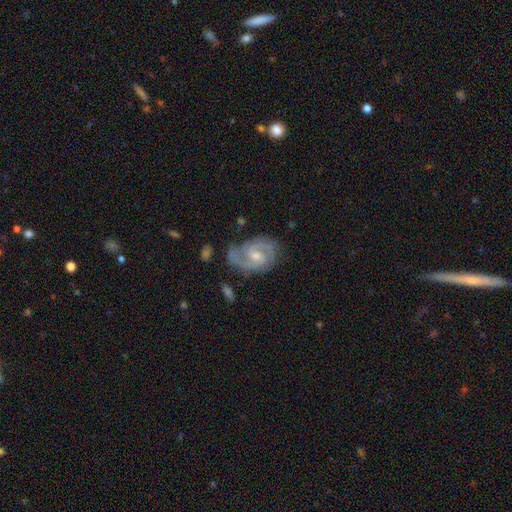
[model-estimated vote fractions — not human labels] The model was most divided on "bulge size" (2-way tie): small: 47%, moderate: 47%, none: 2%, large: 2%, dominant: 1%. Remaining: edge-on disk — no (98%); spiral arms — yes (97%); smooth or featured — featured or disk (87%); spiral arm count — 2 (81%); merging — none (68%); bar — weak (47%); spiral winding — medium (46%).